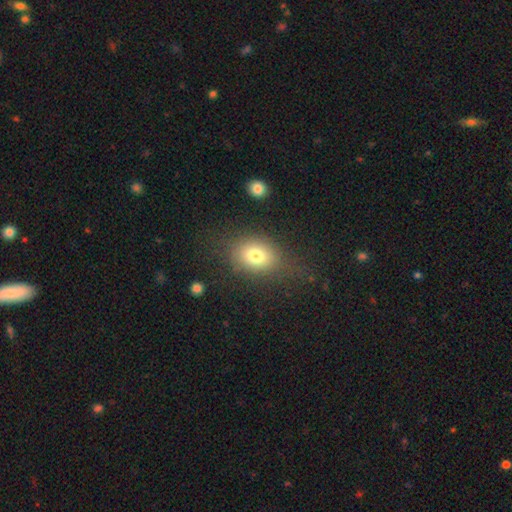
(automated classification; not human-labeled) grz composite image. It shows a smooth galaxy with no disk features (76%) that is in between round and cigar-shaped (63%). Merging: none (67%).